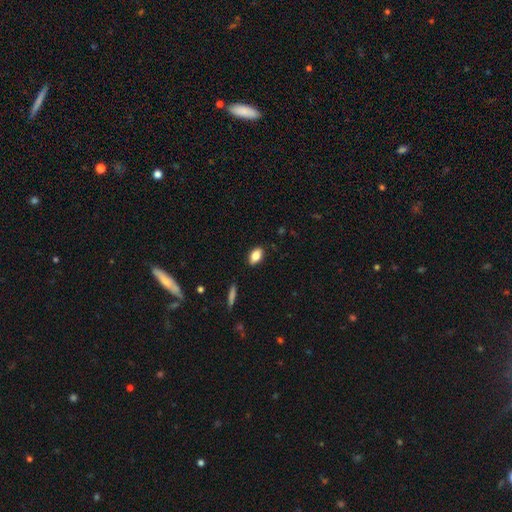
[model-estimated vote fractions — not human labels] The model was most divided on "smooth or featured": smooth: 82%, featured or disk: 10%, star or artifact: 8%. More confident: how rounded — in between (89%); merging — none (88%).